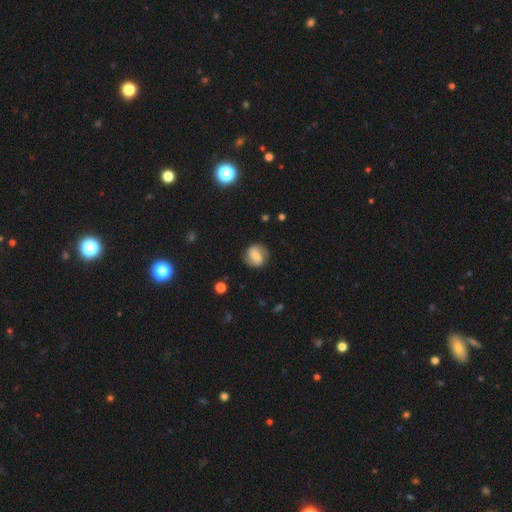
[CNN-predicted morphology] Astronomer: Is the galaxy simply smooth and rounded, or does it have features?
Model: featured or disk — 63%.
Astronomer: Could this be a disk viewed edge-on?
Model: no — 97%.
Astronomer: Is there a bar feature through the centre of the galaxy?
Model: weak — 45% (runner-up: no, 30%).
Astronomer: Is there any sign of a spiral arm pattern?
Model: yes — 89%.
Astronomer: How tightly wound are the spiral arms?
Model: medium — 44% (runner-up: loose, 29%).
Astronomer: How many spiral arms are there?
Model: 2 — 88%.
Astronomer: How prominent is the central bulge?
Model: moderate — 49% (runner-up: small, 41%).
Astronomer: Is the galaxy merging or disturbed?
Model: none — 83%.